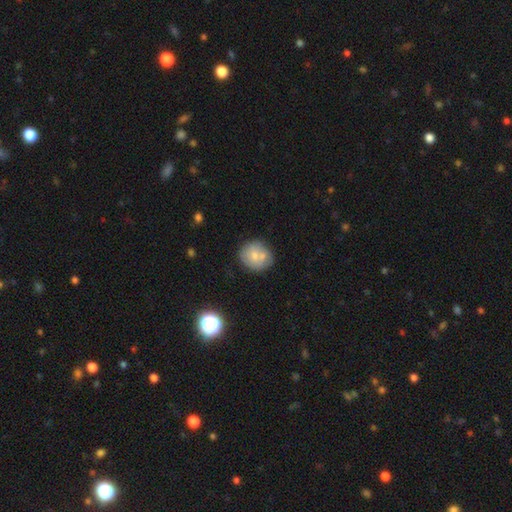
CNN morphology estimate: Smooth or featured: smooth — 69% (featured or disk — 23%)
How rounded: round — 83% (in between — 16%)
Merging: none — 59% (merger — 20%)